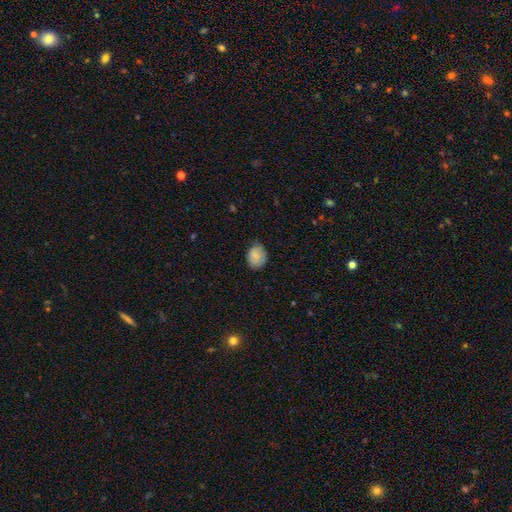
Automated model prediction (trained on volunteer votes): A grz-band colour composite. It shows a smooth galaxy with no disk features (83%) that is in between round and cigar-shaped (60%). Merging: none (74%).